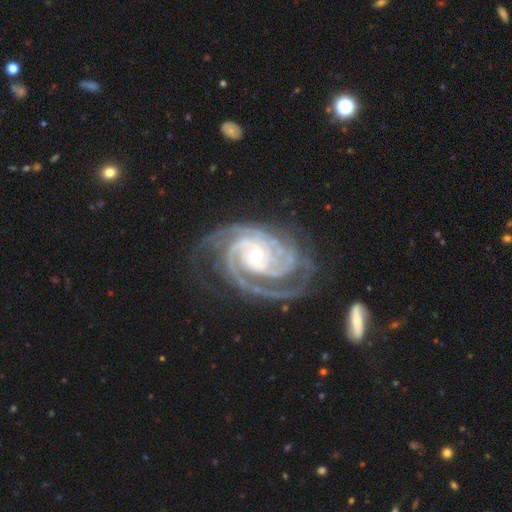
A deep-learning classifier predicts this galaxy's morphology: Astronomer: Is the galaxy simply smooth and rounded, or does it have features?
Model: featured or disk — 93%.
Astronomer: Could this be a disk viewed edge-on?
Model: no — 97%.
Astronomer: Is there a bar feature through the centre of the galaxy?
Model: no — 67%.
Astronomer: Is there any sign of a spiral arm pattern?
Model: yes — 98%.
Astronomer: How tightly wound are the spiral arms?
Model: tight — 70%.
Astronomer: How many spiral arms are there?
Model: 3 — 38% (runner-up: 2, 22%).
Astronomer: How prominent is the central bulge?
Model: moderate — 65%.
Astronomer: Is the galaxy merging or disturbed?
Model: none — 64%.